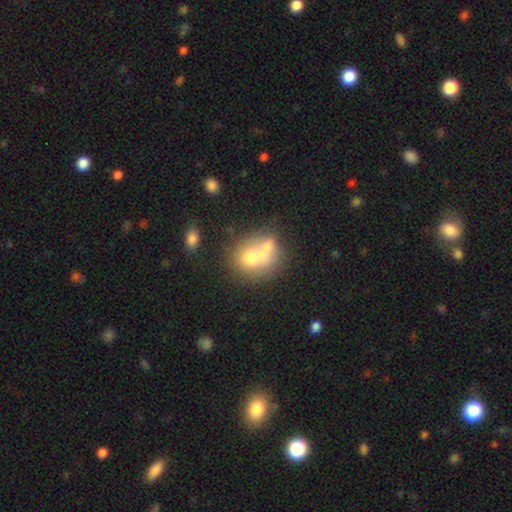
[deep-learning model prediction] Morphology: type=smooth (62%); roundness=round (62%); merging=merger (56%).